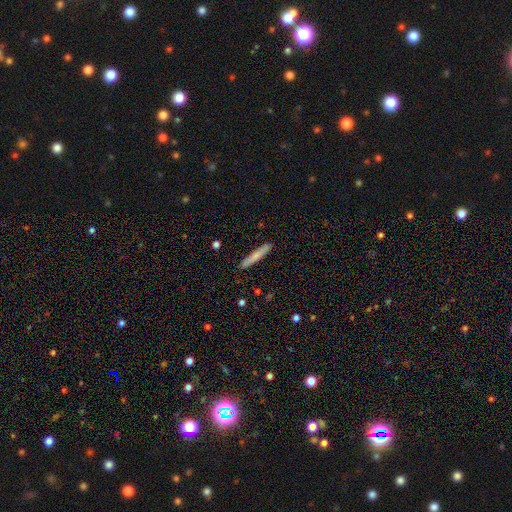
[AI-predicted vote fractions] Q: Smooth or featured?
A: smooth (70%); runner-up: featured or disk (25%)
Q: How rounded?
A: cigar-shaped (95%); runner-up: in between (4%)
Q: Merging?
A: none (91%); runner-up: minor disturbance (7%)